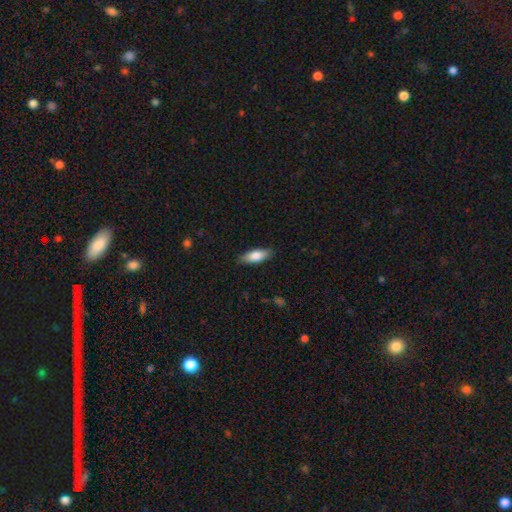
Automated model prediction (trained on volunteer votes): This is likely a smooth galaxy (80%). How rounded: likely in between (72%). Merging: clearly none (87%).